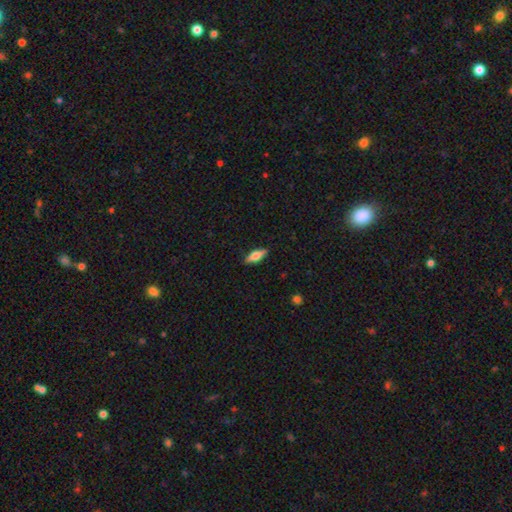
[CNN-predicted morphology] smooth-or-featured: smooth: 58% | featured or disk: 36% | star or artifact: 6%
  how-rounded: in between: 62% | cigar-shaped: 35% | round: 3%
  merging: none: 89% | minor disturbance: 8% | major disturbance: 2% | merger: 1%